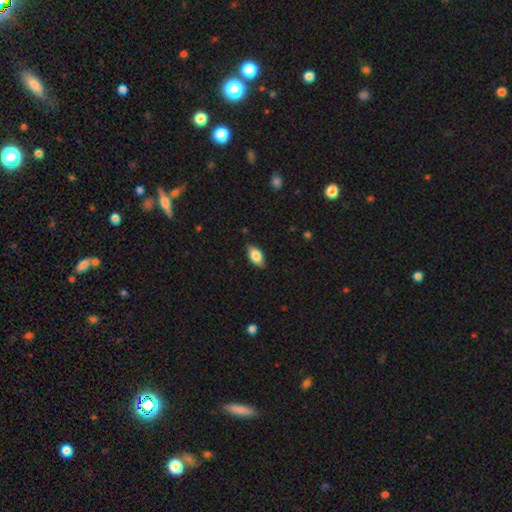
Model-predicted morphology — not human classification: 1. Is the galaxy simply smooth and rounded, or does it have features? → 82% smooth, 11% featured or disk, 7% star or artifact.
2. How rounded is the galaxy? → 91% in between, 5% cigar-shaped, 4% round.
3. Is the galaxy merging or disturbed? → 85% none, 12% minor disturbance, 2% major disturbance, 1% merger.